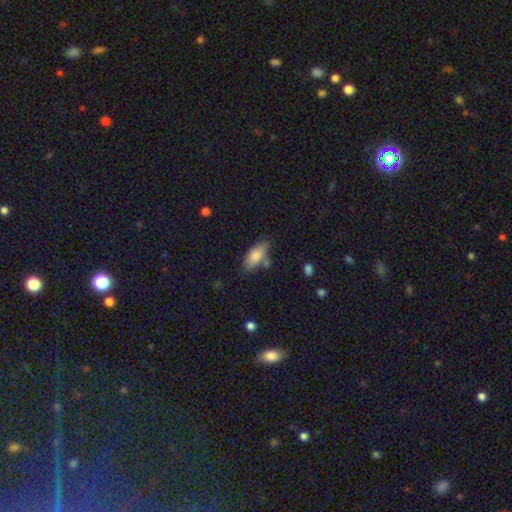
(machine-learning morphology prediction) Overall: smooth (79%). How rounded: in between (82%). Merging: none (73%).